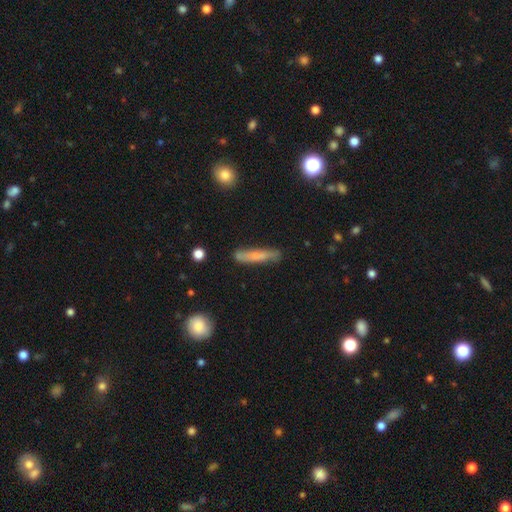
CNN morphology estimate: A smooth galaxy with no disk features (68%) that is cigar-shaped (89%).

Vote fractions:
- Smooth or featured? smooth: 68% / featured or disk: 25% / star or artifact: 7%
- How rounded? cigar-shaped: 89% / in between: 9% / round: 2%
- Merging? none: 76% / minor disturbance: 17% / major disturbance: 4% / merger: 3%